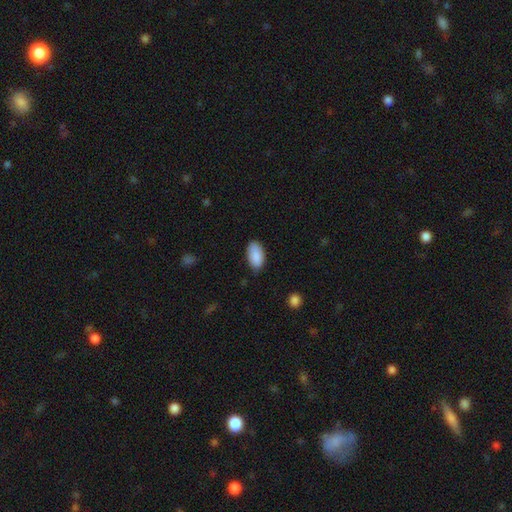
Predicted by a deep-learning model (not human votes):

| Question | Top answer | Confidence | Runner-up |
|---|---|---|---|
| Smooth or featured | smooth | 90% | star or artifact (6%) |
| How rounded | in between | 95% | cigar-shaped (3%) |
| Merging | none | 79% | minor disturbance (17%) |